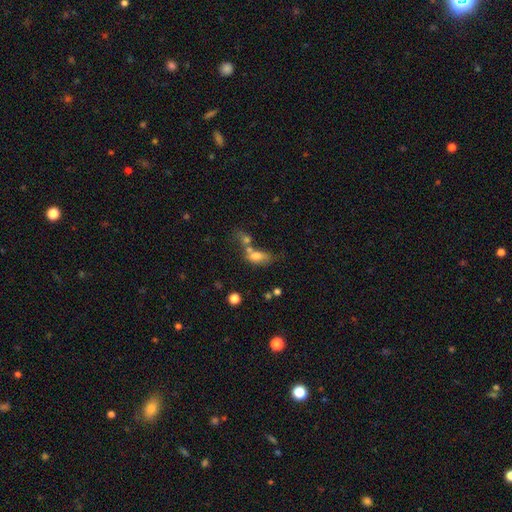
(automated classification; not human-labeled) smooth-or-featured: smooth: 70% | featured or disk: 19% | star or artifact: 12%
  how-rounded: in between: 79% | round: 13% | cigar-shaped: 9%
  merging: merger: 50% | none: 25% | minor disturbance: 13% | major disturbance: 12%